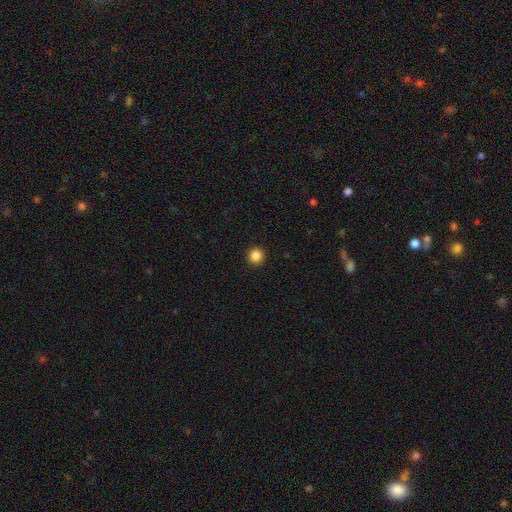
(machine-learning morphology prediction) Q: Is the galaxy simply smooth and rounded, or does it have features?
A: smooth — 86%.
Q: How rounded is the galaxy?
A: round — 95%.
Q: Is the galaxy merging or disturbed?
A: none — 93%.